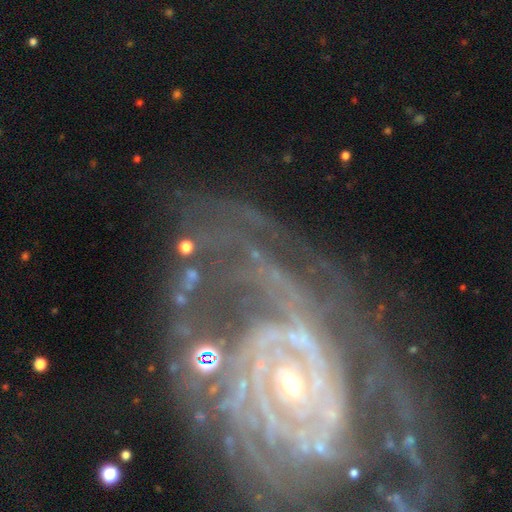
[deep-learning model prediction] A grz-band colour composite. It shows a featured or disk galaxy (87%) with no bar (55%), tight (72%) spiral arms (93%) and a small central bulge (57%). Merging: none (58%).